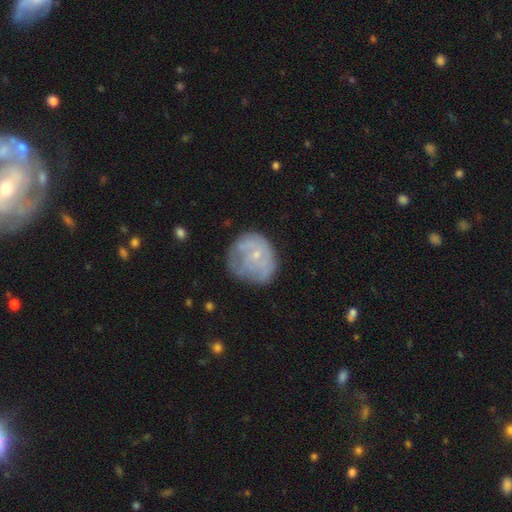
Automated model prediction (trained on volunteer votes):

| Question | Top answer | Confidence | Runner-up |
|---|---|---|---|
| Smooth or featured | featured or disk | 49% | smooth (42%) |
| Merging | none | 51% | minor disturbance (29%) |